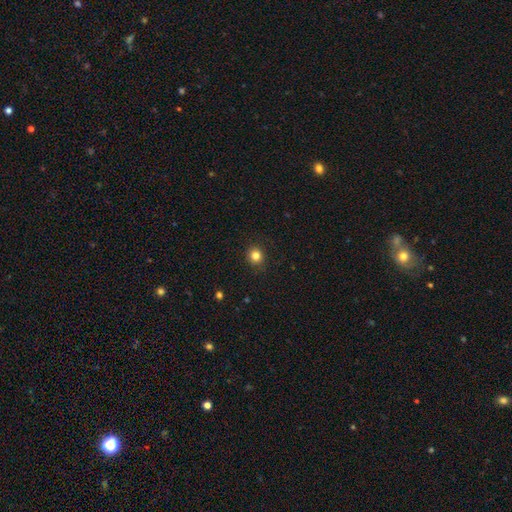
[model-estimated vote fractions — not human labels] This is clearly a smooth galaxy (83%). How rounded: clearly round (88%). Merging: clearly none (90%).